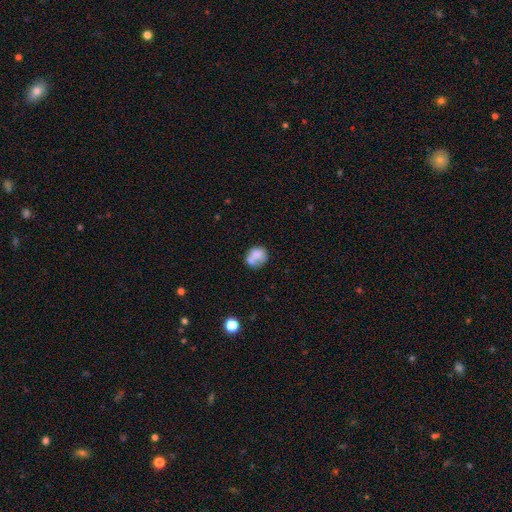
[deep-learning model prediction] Smooth or featured: smooth — 68% (featured or disk — 23%)
How rounded: round — 62% (in between — 37%)
Merging: none — 38% (merger — 32%)